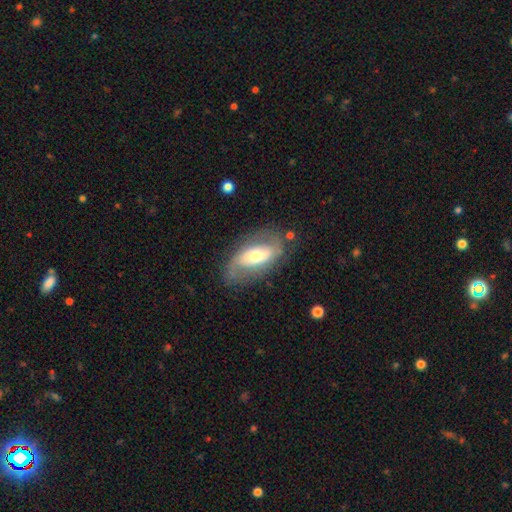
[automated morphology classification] Smooth or featured? Predicted: featured or disk (p=0.68). Edge-on disk? Predicted: no (p=0.92). Bar? Predicted: no (p=0.41). Spiral arms? Predicted: yes (p=0.80). Spiral winding? Predicted: medium (p=0.39). Spiral arm count? Predicted: 2 (p=0.80). Bulge size? Predicted: moderate (p=0.57). Merging? Predicted: none (p=0.71).